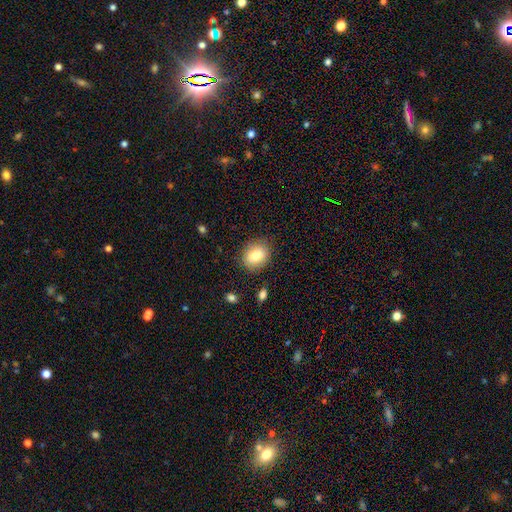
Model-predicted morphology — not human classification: Q: Smooth or featured?
A: smooth (81%); runner-up: featured or disk (10%)
Q: How rounded?
A: round (55%); runner-up: in between (44%)
Q: Merging?
A: none (86%); runner-up: minor disturbance (10%)